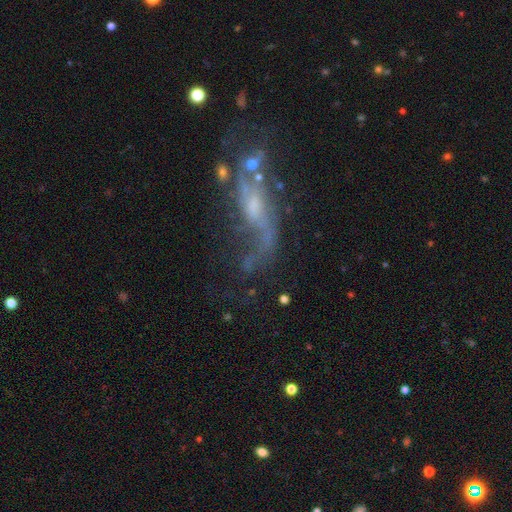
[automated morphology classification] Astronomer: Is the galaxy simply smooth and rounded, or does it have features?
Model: featured or disk — 73%.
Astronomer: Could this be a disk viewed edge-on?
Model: no — 80%.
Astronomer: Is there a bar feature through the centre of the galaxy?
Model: no — 56% (runner-up: weak, 33%).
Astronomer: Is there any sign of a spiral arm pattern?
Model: yes — 73%.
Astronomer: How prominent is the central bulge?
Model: small — 51% (runner-up: moderate, 30%).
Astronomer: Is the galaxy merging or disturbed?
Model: none — 38% (runner-up: major disturbance, 29%).